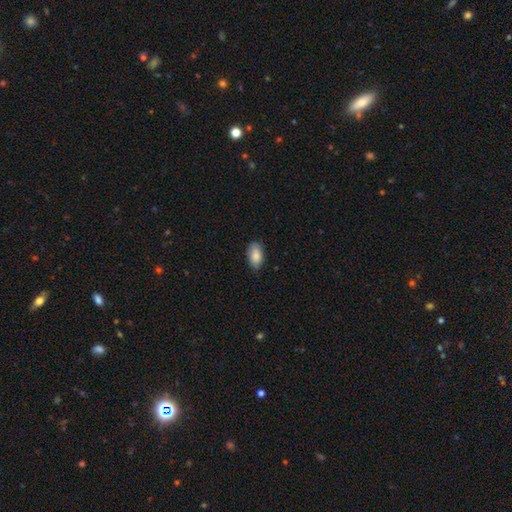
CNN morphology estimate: smooth_or_featured: smooth (p=0.85) [alt: featured or disk p=0.09]
how_rounded: in between (p=0.93) [alt: round p=0.05]
merging: none (p=0.80) [alt: minor disturbance p=0.17]